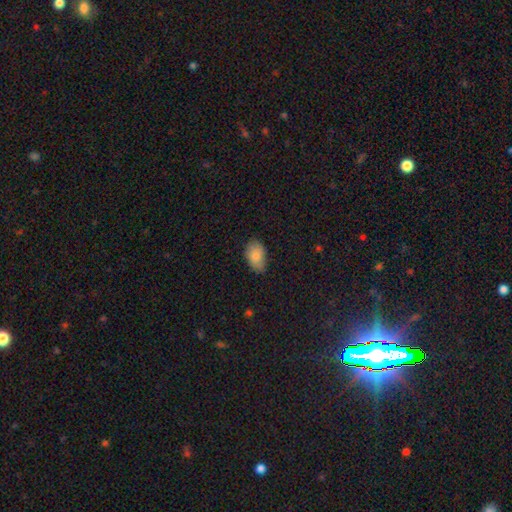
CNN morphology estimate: This appears to be a smooth galaxy with no disk features (85%) that is in between round and cigar-shaped (90%). Merging: none (73%).